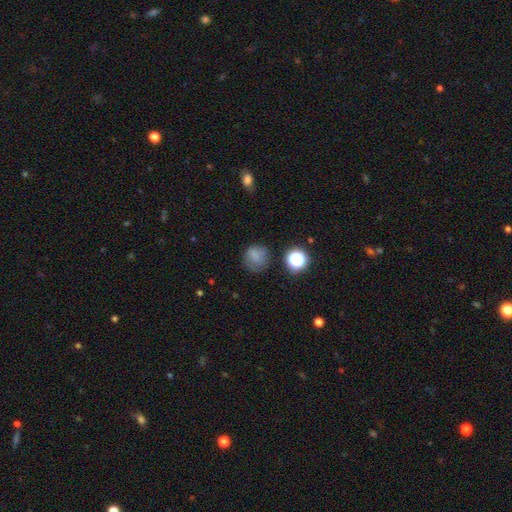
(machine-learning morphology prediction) smooth_or_featured: smooth (p=0.73) [alt: star or artifact p=0.16]
how_rounded: round (p=0.81) [alt: in between p=0.18]
merging: none (p=0.69) [alt: minor disturbance p=0.20]